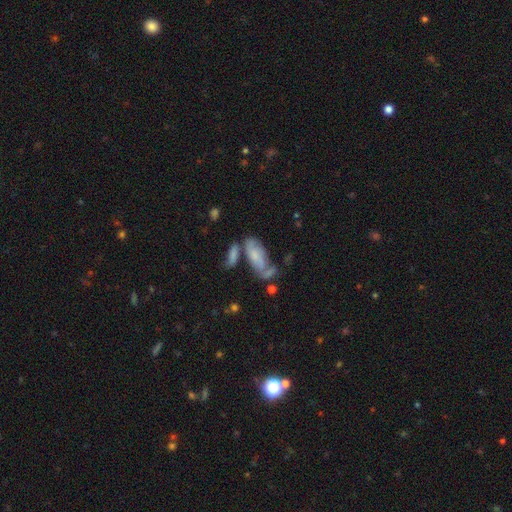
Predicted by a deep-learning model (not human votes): A smooth galaxy with no disk features (55%) that is in between round and cigar-shaped (81%).

Vote fractions:
- Smooth or featured? smooth: 55% / featured or disk: 37% / star or artifact: 8%
- How rounded? in between: 81% / cigar-shaped: 16% / round: 3%
- Merging? none: 39% / merger: 23% / minor disturbance: 23% / major disturbance: 16%